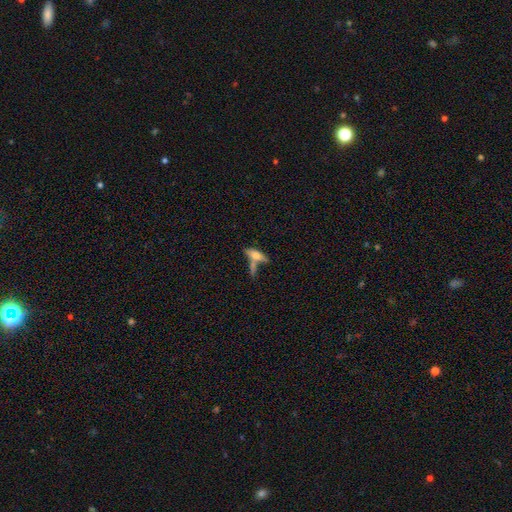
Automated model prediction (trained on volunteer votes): smooth 61%, featured or disk 30%, star or artifact 9%. Down the decision tree: how rounded — in between (52%); merging — none (40%).